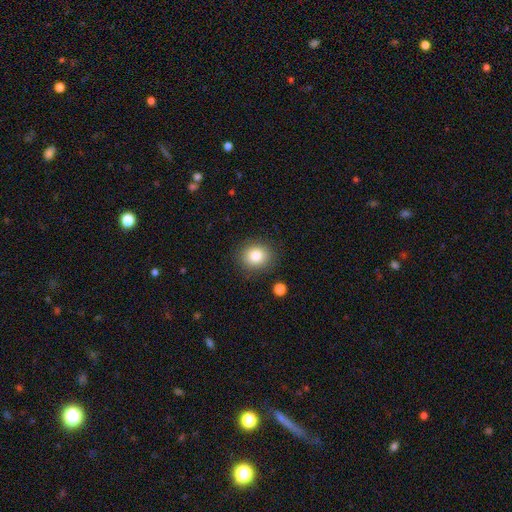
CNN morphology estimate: smooth_or_featured: smooth (p=0.83) [alt: star or artifact p=0.10]
how_rounded: round (p=0.76) [alt: in between p=0.23]
merging: none (p=0.86) [alt: minor disturbance p=0.09]